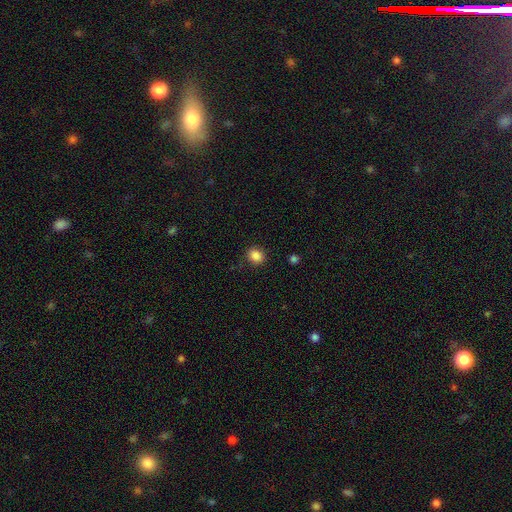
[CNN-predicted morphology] Smooth or featured? Predicted: smooth (p=0.86). How rounded? Predicted: round (p=0.75). Merging? Predicted: none (p=0.88).